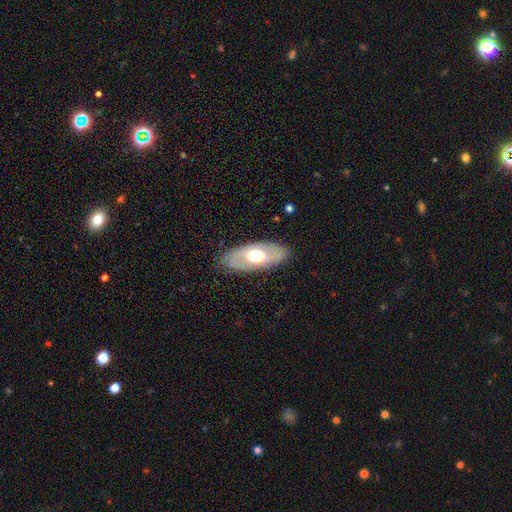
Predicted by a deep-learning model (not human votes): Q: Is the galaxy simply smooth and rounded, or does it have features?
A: featured or disk — 49%.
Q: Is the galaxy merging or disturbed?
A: none — 81%.